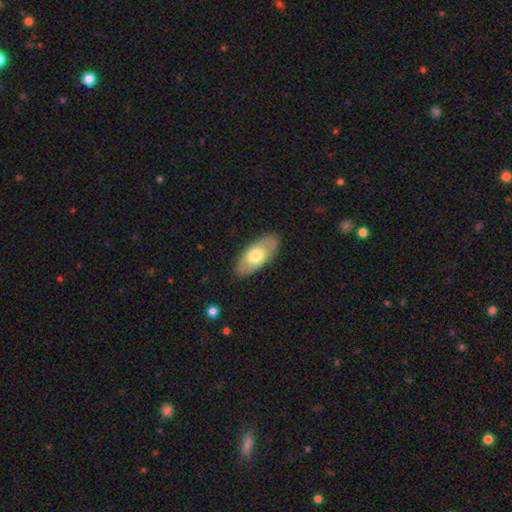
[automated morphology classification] The model was most divided on "smooth or featured": smooth: 59%, featured or disk: 36%, star or artifact: 5%. More confident: how rounded — in between (90%); merging — none (85%).